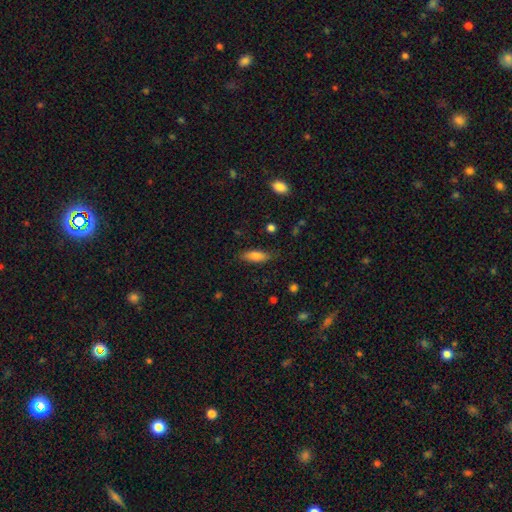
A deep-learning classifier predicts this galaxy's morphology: smooth 79%, featured or disk 14%, star or artifact 7%. Down the decision tree: how rounded — in between (64%); merging — none (79%).